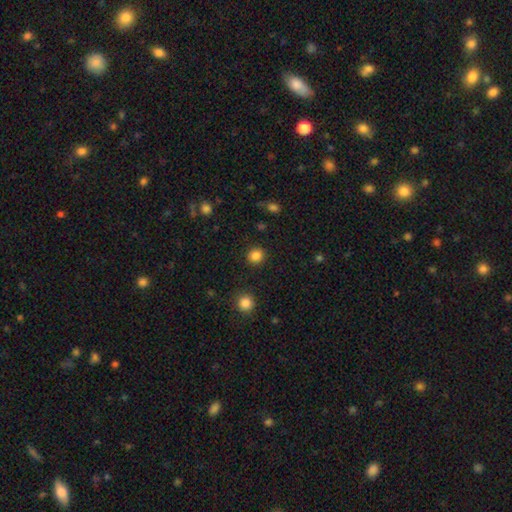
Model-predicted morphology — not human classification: This is clearly a smooth galaxy (85%). How rounded: clearly round (88%). Merging: clearly none (90%).